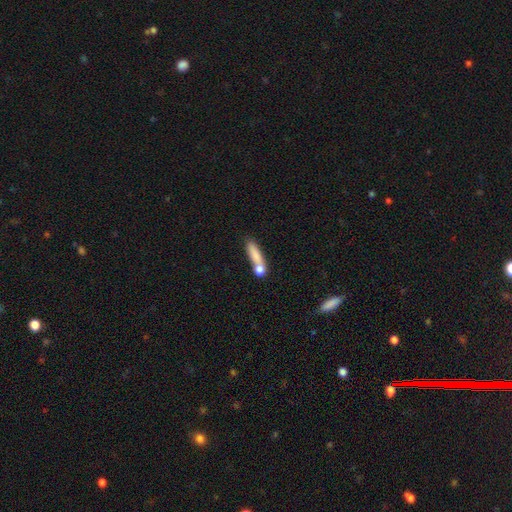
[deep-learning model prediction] This appears to be a smooth galaxy with no disk features (77%) that is cigar-shaped (60%). Merging: none (43%).